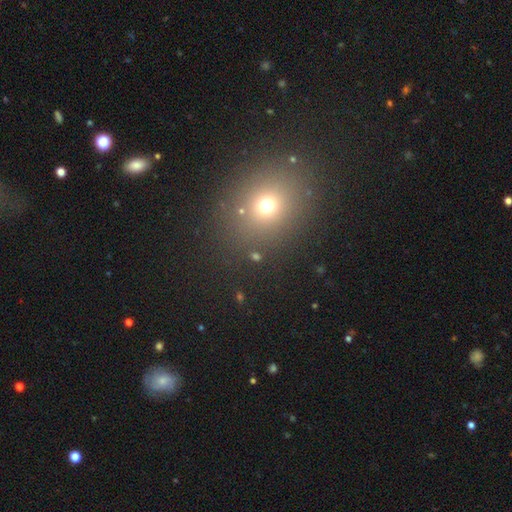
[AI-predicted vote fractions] Smooth or featured? smooth (60%)
How rounded? round (68%)
Merging? none (84%)